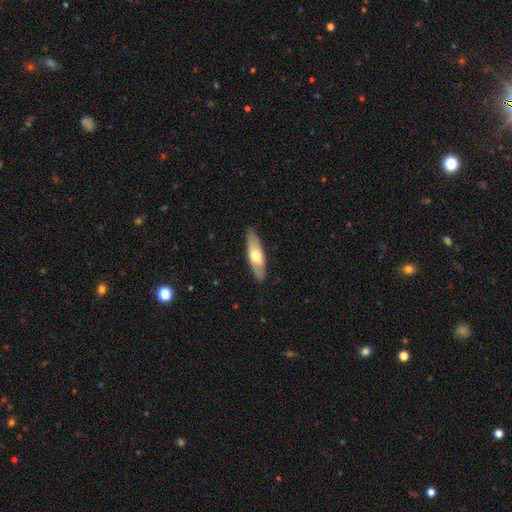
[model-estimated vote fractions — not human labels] Smooth or featured? Predicted: smooth (p=0.53). How rounded? Predicted: in between (p=0.50). Merging? Predicted: none (p=0.85).